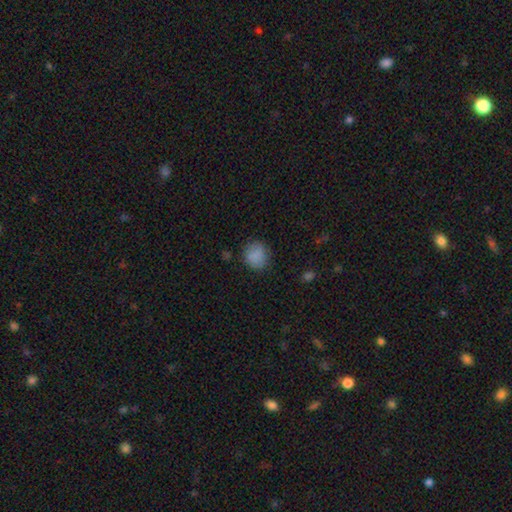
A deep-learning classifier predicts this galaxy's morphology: A smooth galaxy with no disk features (85%) that is round (76%). Merging: none (79%).